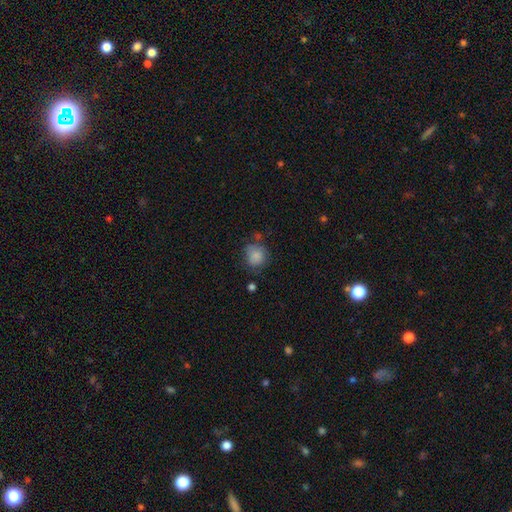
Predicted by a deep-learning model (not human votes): Smooth or featured? Predicted: smooth (p=0.83). How rounded? Predicted: round (p=0.79). Merging? Predicted: none (p=0.60).